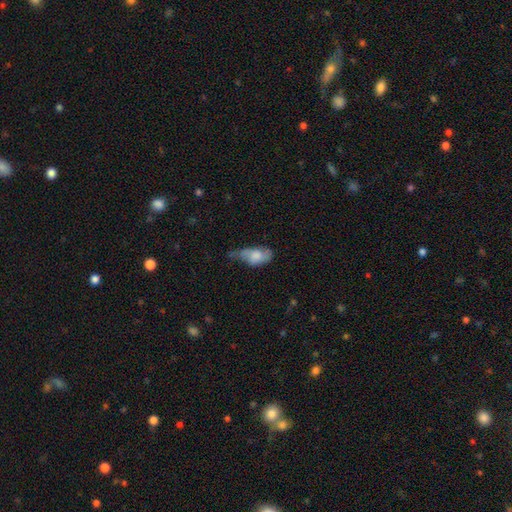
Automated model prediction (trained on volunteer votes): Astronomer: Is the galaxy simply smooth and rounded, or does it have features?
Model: smooth — 68%.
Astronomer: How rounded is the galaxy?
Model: in between — 88%.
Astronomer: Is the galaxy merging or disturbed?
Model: minor disturbance — 45% (runner-up: none, 27%).